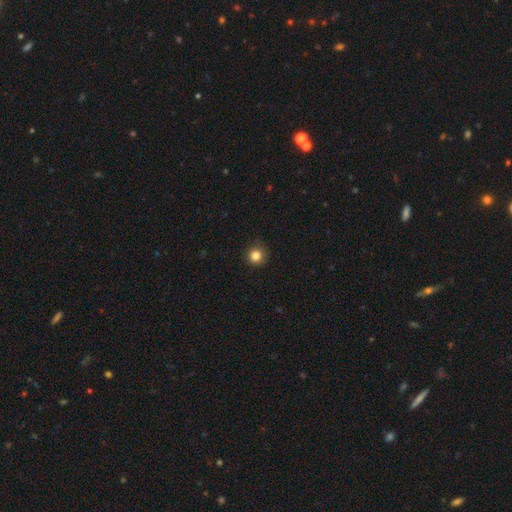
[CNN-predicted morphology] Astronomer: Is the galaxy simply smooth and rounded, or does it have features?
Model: smooth — 84%.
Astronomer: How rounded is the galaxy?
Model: round — 93%.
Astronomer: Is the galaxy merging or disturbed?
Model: none — 88%.